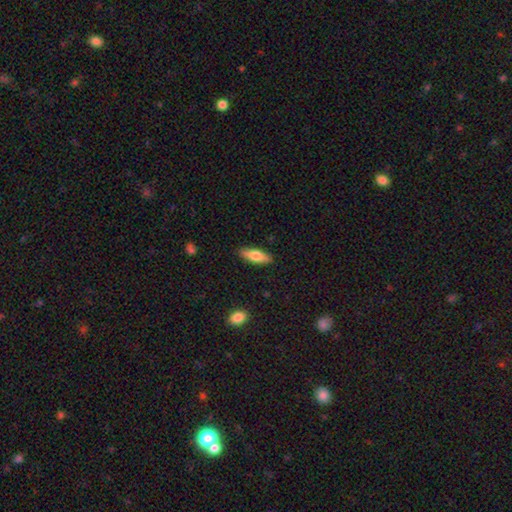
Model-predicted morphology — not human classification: This appears to be a smooth galaxy with no disk features (67%) that is in between round and cigar-shaped (57%). Merging: none (88%).